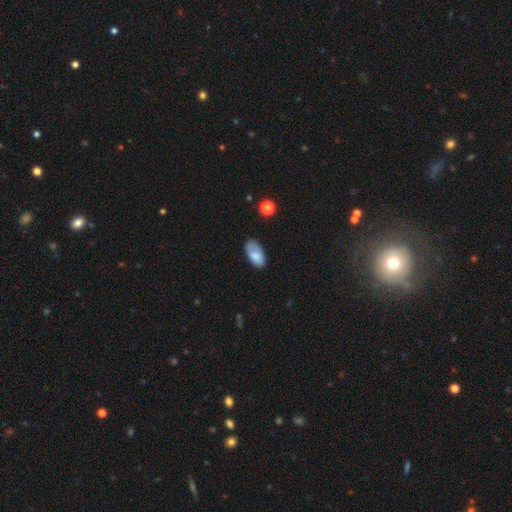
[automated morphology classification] smooth 79%, featured or disk 13%, star or artifact 7%. Down the decision tree: how rounded — in between (94%); merging — none (62%).